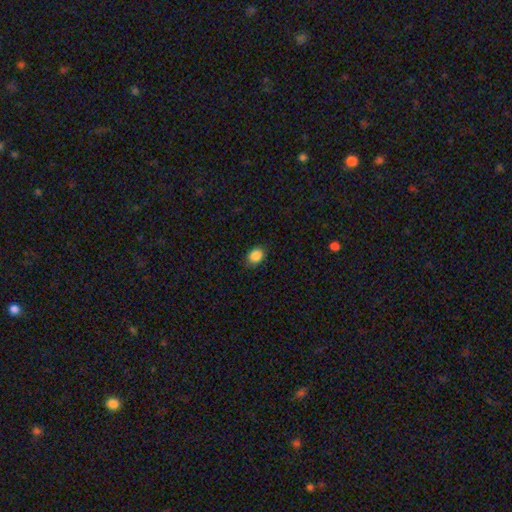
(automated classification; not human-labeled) Smooth or featured: smooth — 88% (star or artifact — 9%)
How rounded: in between — 57% (round — 42%)
Merging: none — 83% (minor disturbance — 13%)